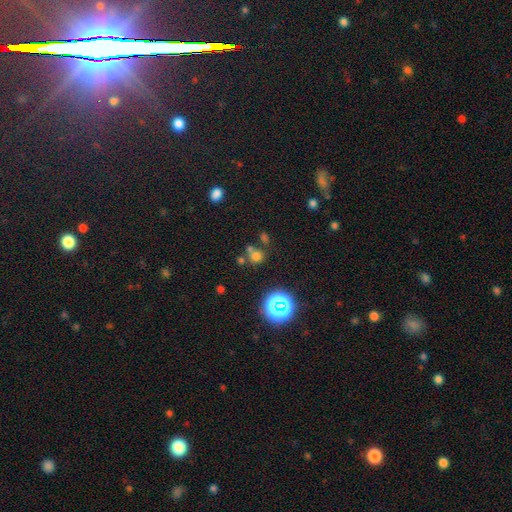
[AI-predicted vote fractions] Q: Smooth or featured?
A: smooth (61%); runner-up: star or artifact (30%)
Q: How rounded?
A: round (85%); runner-up: in between (14%)
Q: Merging?
A: none (59%); runner-up: merger (28%)